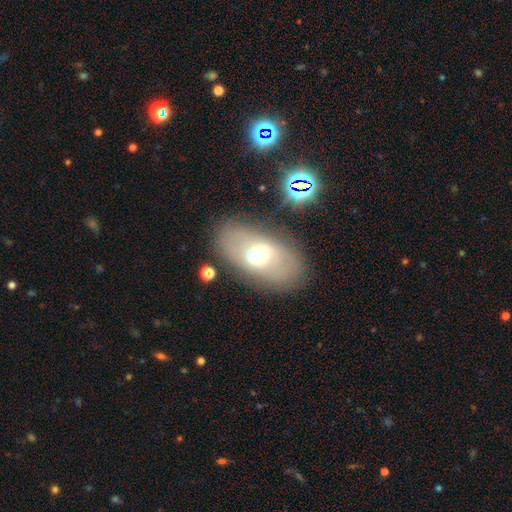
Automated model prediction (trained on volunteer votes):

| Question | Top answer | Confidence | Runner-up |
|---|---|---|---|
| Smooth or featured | smooth | 44% | featured or disk (43%) |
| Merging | none | 71% | minor disturbance (13%) |